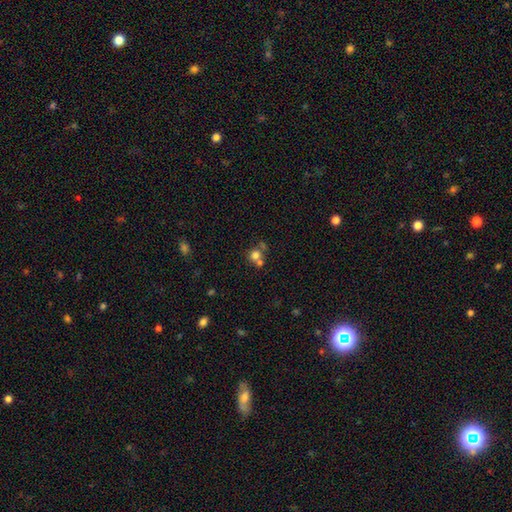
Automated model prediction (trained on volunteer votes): Overall: smooth (73%). How rounded: round (87%). Merging: none (47%; merger 42%).